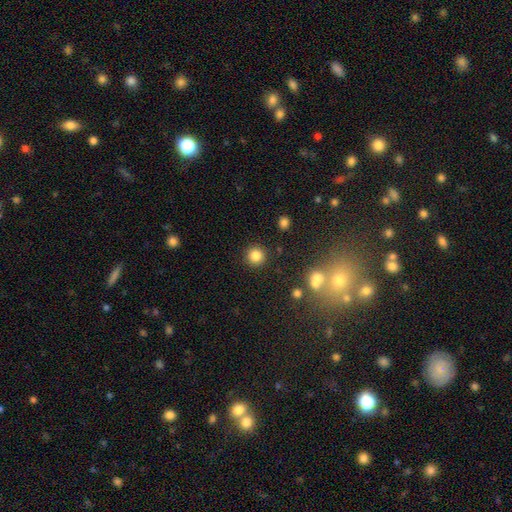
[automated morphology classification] smooth_or_featured: smooth (p=0.83) [alt: star or artifact p=0.12]
how_rounded: round (p=0.94) [alt: in between p=0.05]
merging: none (p=0.90) [alt: minor disturbance p=0.05]